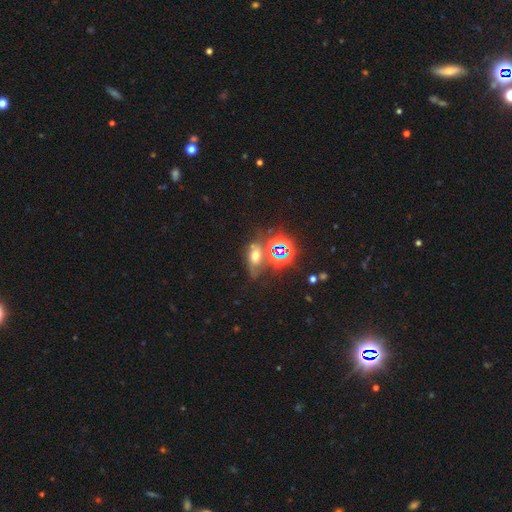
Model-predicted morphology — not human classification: Smooth or featured?
  - smooth: 43% *
  - star or artifact: 38%
  - featured or disk: 19%
Merging?
  - none: 49% *
  - merger: 21%
  - minor disturbance: 19%
  - major disturbance: 11%